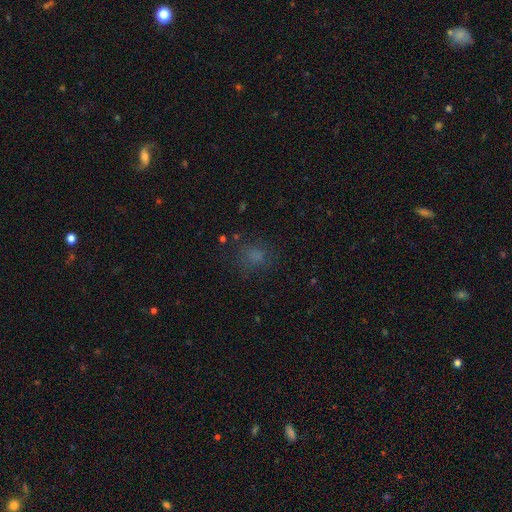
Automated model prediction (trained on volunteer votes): Smooth or featured? Predicted: smooth (p=0.67). How rounded? Predicted: round (p=0.68). Merging? Predicted: none (p=0.71).